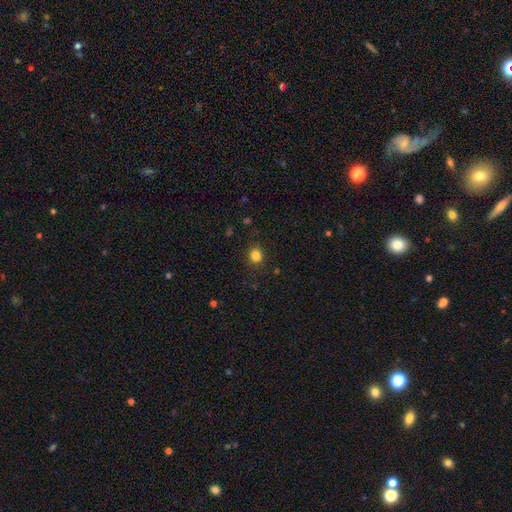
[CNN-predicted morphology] A smooth galaxy with no disk features (83%) that is round (73%). Merging: none (86%).